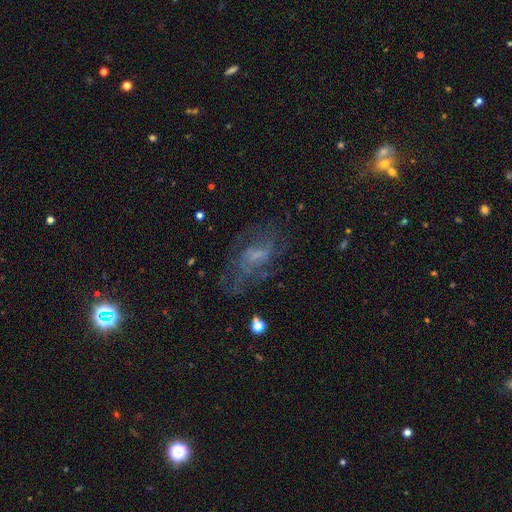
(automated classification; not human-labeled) A featured or disk galaxy (60%) with no bar (51%), spiral arms (64%) and a small central bulge (38%). Merging: none (54%).